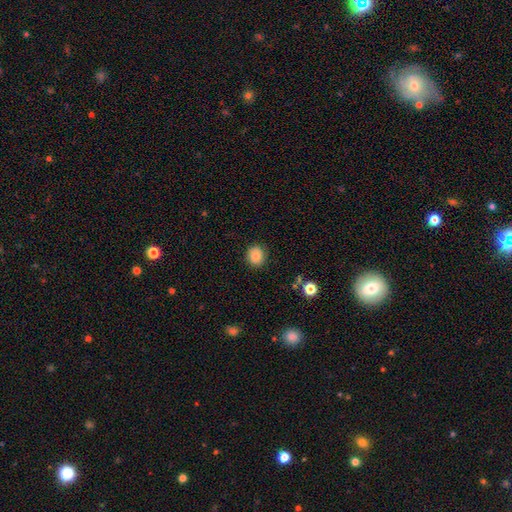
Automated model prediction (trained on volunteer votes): smooth-or-featured: smooth: 85% | star or artifact: 9% | featured or disk: 6%
  how-rounded: round: 79% | in between: 20% | cigar-shaped: 1%
  merging: none: 86% | minor disturbance: 10% | major disturbance: 3% | merger: 1%